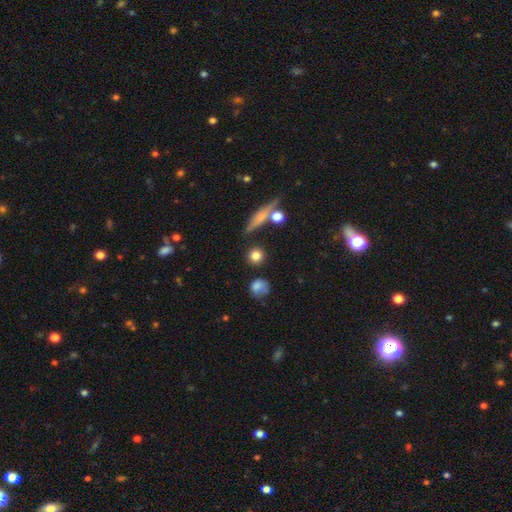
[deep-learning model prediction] smooth 81%, star or artifact 10%, featured or disk 9%. Down the decision tree: how rounded — round (86%); merging — none (78%).